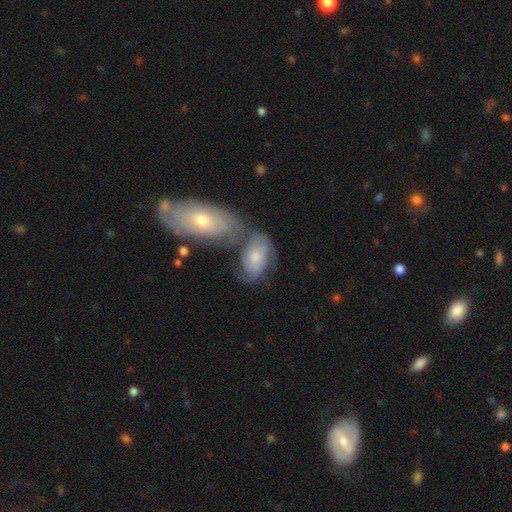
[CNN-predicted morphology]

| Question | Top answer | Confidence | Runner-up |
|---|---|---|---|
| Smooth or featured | featured or disk | 57% | smooth (35%) |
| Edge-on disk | no | 93% | yes (7%) |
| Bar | no | 76% | weak (20%) |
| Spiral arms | yes | 77% | no (23%) |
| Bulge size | small | 52% | moderate (40%) |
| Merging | merger | 42% | none (35%) |